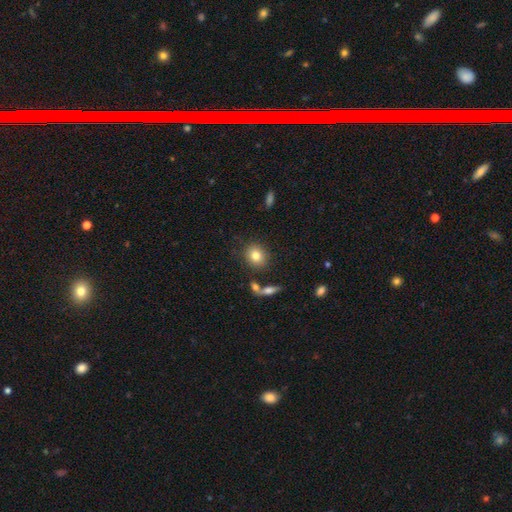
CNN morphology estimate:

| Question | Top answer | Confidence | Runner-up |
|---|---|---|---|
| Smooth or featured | smooth | 80% | featured or disk (11%) |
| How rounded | round | 67% | in between (31%) |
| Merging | none | 80% | minor disturbance (10%) |